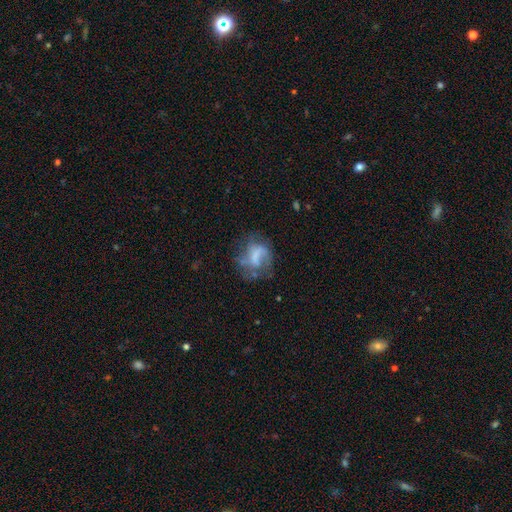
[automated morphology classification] featured or disk 48%, smooth 41%, star or artifact 11%. Down the decision tree: merging — none (40%).